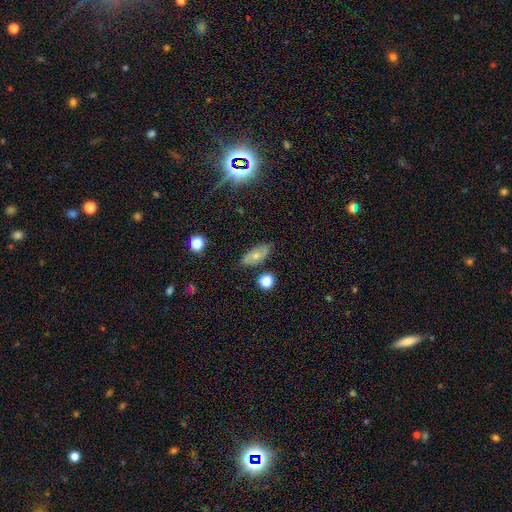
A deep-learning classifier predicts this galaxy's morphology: A smooth galaxy with no disk features (60%) that is in between round and cigar-shaped (85%).

Vote fractions:
- Smooth or featured? smooth: 60% / featured or disk: 31% / star or artifact: 9%
- How rounded? in between: 85% / cigar-shaped: 9% / round: 6%
- Merging? none: 80% / minor disturbance: 15% / major disturbance: 3% / merger: 3%